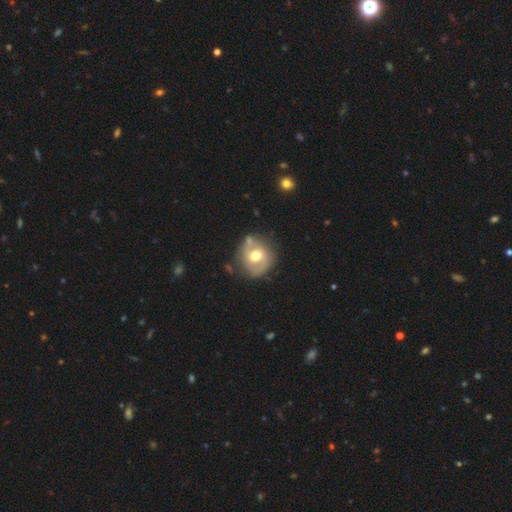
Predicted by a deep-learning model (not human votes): Q: Smooth or featured?
A: featured or disk (47%); runner-up: smooth (46%)
Q: Merging?
A: none (69%); runner-up: minor disturbance (19%)